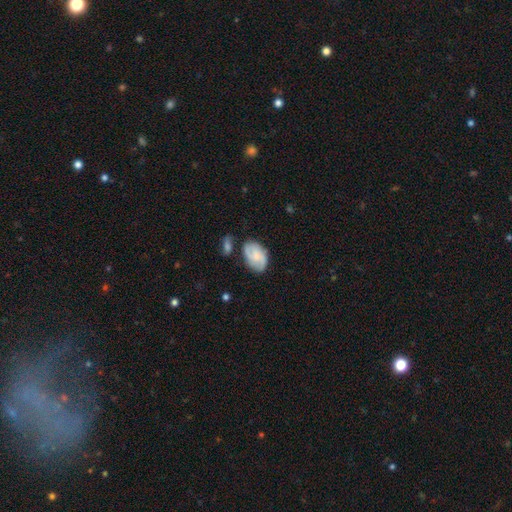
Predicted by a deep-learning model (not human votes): A smooth galaxy with no disk features (50%). Merging: none (65%).